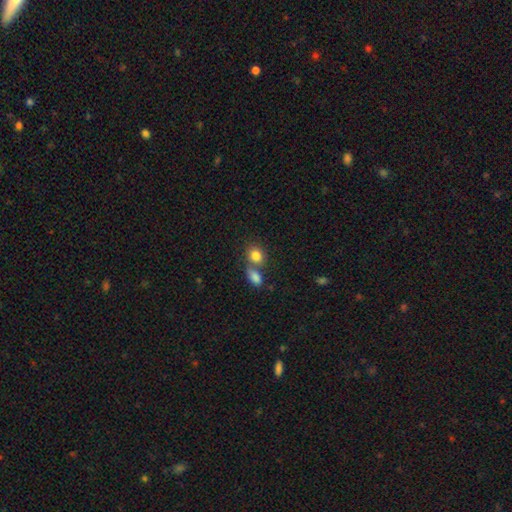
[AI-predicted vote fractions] smooth 83%, star or artifact 9%, featured or disk 8%. Down the decision tree: how rounded — round (57%); merging — none (44%).